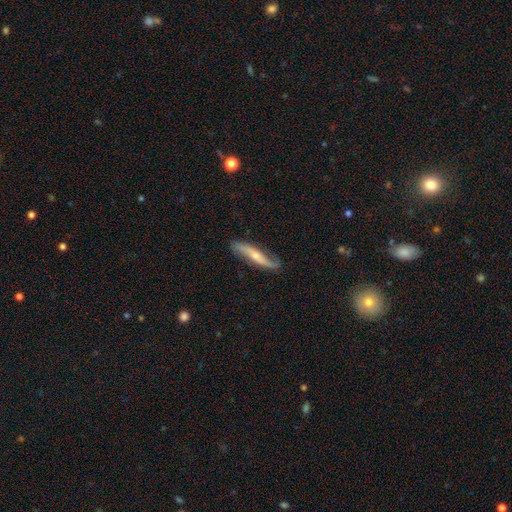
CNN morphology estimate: This is likely a featured or disk galaxy (69%). It is possibly not viewed edge-on (52%). Merging: likely none (71%).